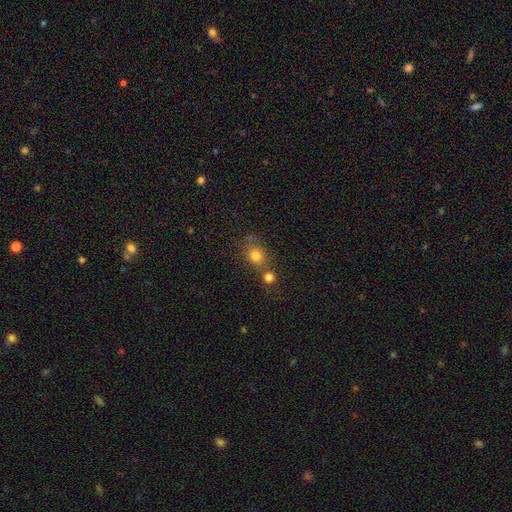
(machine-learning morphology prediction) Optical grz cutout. It shows a smooth galaxy with no disk features (77%) that is round (71%). Merging: none (52%).